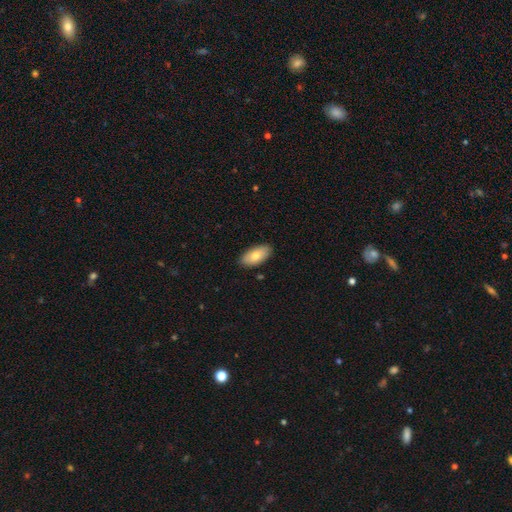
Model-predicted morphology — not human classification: Smooth or featured: smooth — 77% (featured or disk — 17%)
How rounded: in between — 93% (cigar-shaped — 5%)
Merging: none — 88% (minor disturbance — 9%)